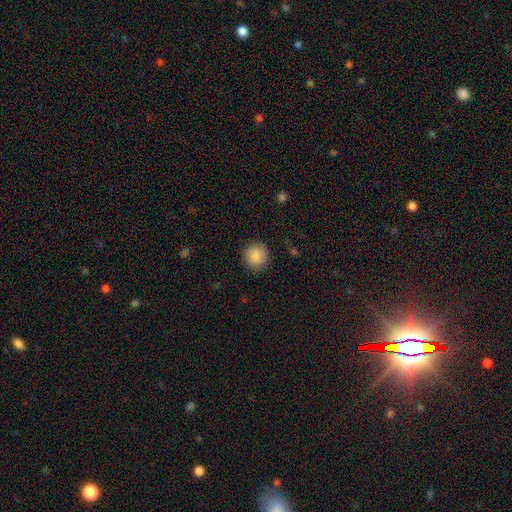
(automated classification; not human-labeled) Overall: smooth (87%). How rounded: round (90%). Merging: none (87%).